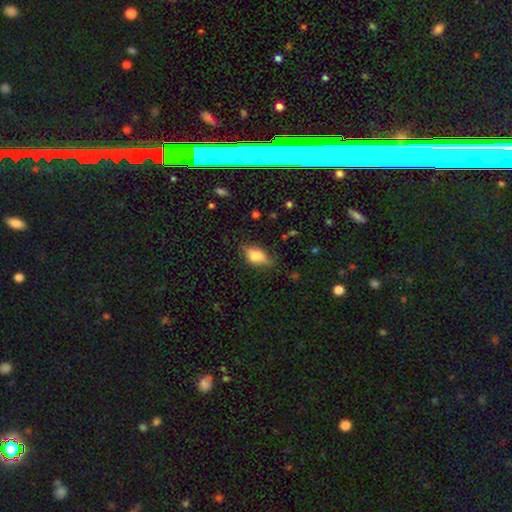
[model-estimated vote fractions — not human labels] smooth 79%, featured or disk 13%, star or artifact 8%. Down the decision tree: how rounded — in between (87%); merging — none (64%).